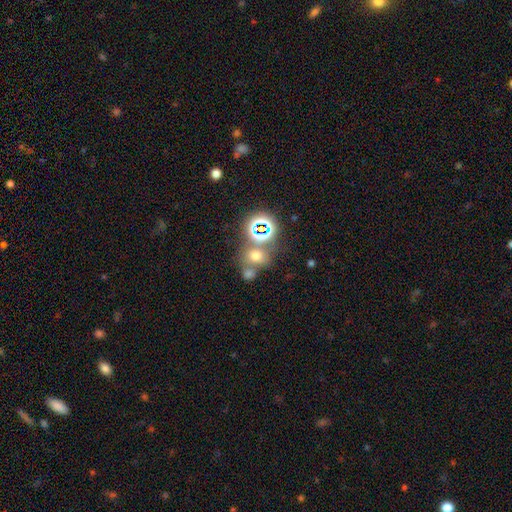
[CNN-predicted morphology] Smooth or featured? Predicted: smooth (p=0.59). How rounded? Predicted: round (p=0.67). Merging? Predicted: none (p=0.53).